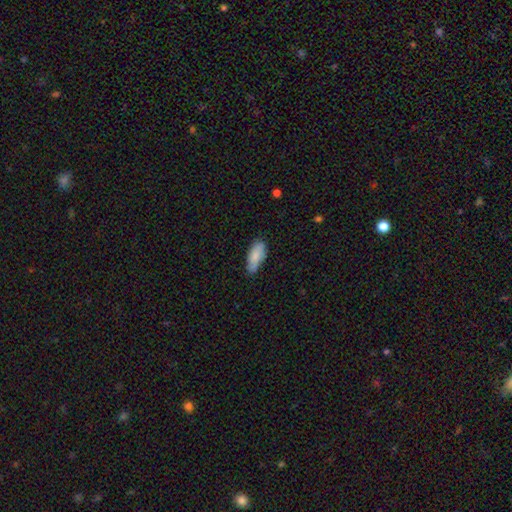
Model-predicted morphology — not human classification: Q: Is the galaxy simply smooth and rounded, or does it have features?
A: smooth — 80%.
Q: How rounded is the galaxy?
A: in between — 82%.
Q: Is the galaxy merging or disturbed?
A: none — 65%.